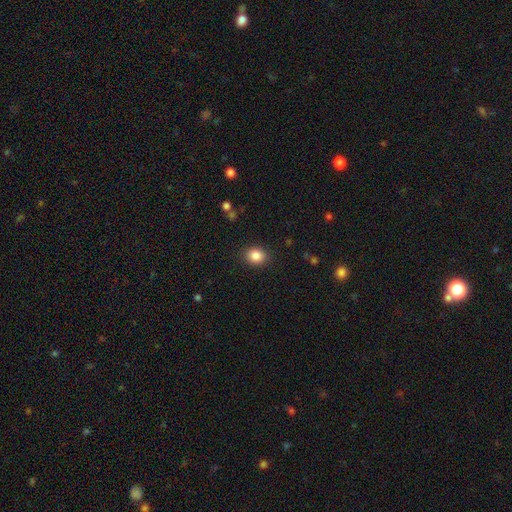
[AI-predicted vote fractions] Smooth or featured?
  - smooth: 86% *
  - star or artifact: 9%
  - featured or disk: 5%
How rounded?
  - round: 62% *
  - in between: 37%
  - cigar-shaped: 1%
Merging?
  - none: 89% *
  - minor disturbance: 7%
  - major disturbance: 2%
  - merger: 1%